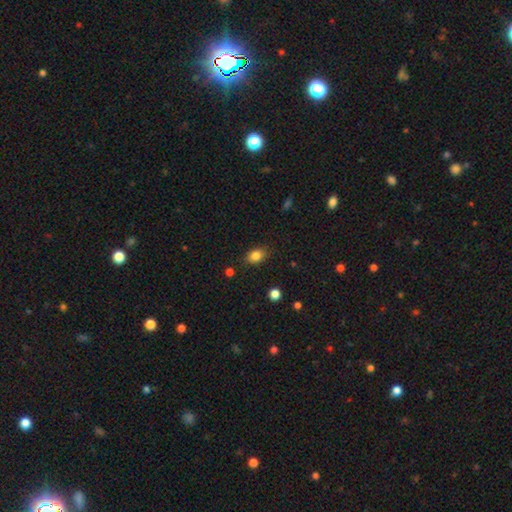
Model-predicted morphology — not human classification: Smooth or featured?
  - smooth: 84% *
  - star or artifact: 10%
  - featured or disk: 6%
How rounded?
  - in between: 75% *
  - round: 24%
  - cigar-shaped: 2%
Merging?
  - none: 83% *
  - minor disturbance: 12%
  - major disturbance: 3%
  - merger: 2%